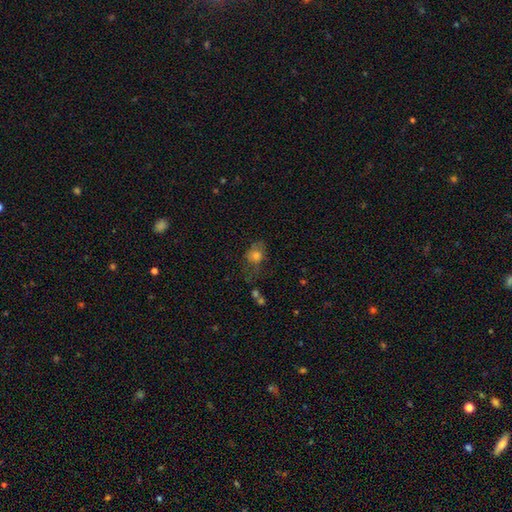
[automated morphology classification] smooth_or_featured: smooth (p=0.61) [alt: featured or disk p=0.25]
how_rounded: in between (p=0.49) [tied with: round p=0.49]
merging: none (p=0.45) [alt: minor disturbance p=0.26]